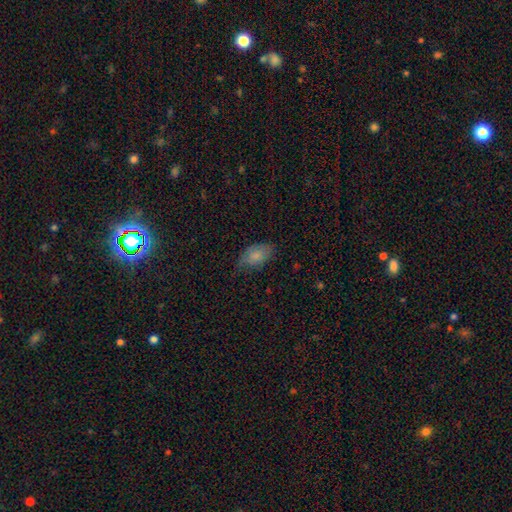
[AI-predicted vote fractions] Smooth or featured? smooth (79%)
How rounded? in between (92%)
Merging? none (55%)